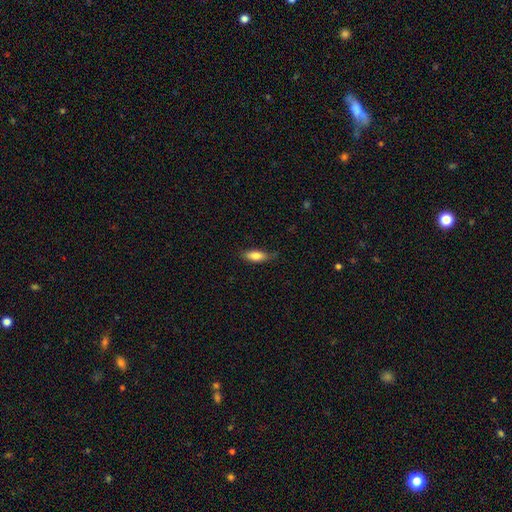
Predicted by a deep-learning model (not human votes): smooth-or-featured: smooth: 81% | featured or disk: 12% | star or artifact: 7%
  how-rounded: in between: 74% | cigar-shaped: 24% | round: 2%
  merging: none: 70% | minor disturbance: 24% | major disturbance: 5% | merger: 1%